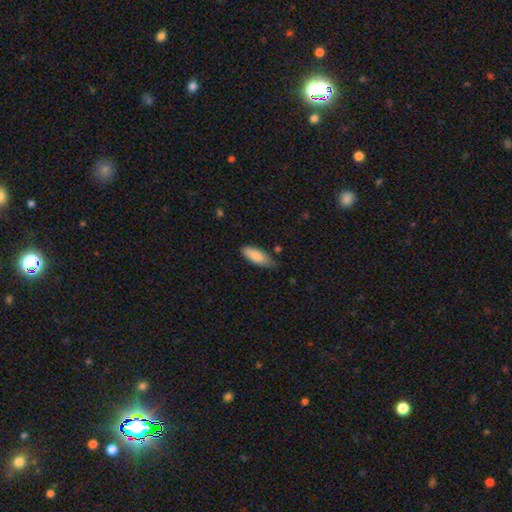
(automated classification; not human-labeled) The model was most divided on "merging": none: 71%, minor disturbance: 24%, major disturbance: 3%, merger: 2%. More confident: smooth or featured — smooth (85%); how rounded — in between (77%).